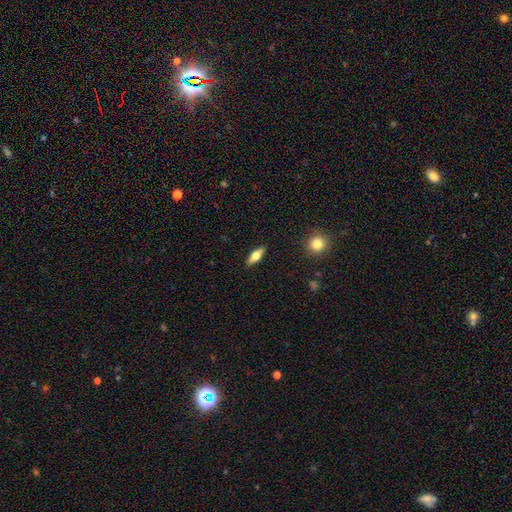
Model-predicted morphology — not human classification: Smooth or featured: smooth — 62% (featured or disk — 31%)
How rounded: in between — 64% (cigar-shaped — 32%)
Merging: none — 90% (minor disturbance — 7%)